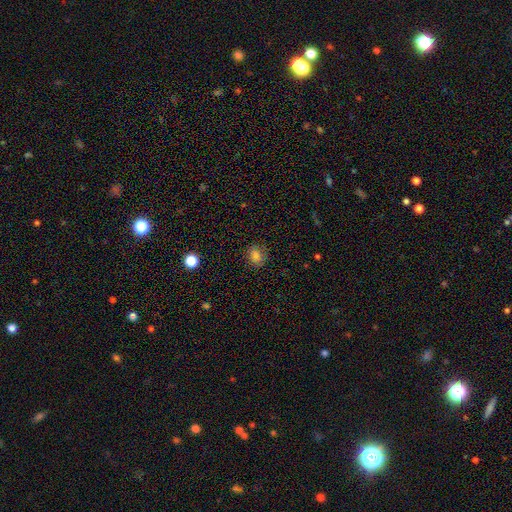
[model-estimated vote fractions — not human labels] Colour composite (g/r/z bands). It shows a smooth galaxy with no disk features (80%) that is round (61%). Merging: none (84%).